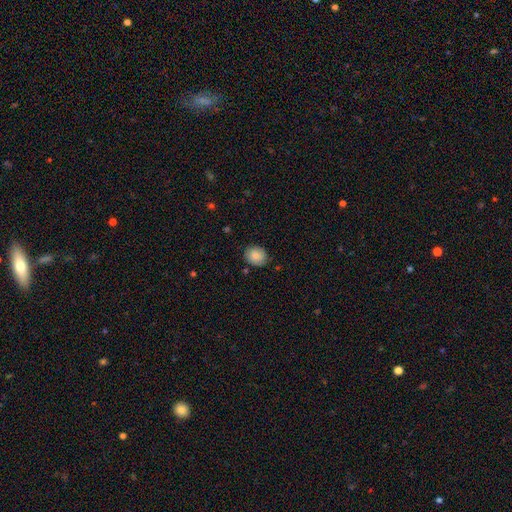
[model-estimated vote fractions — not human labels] Morphology: type=smooth (85%); roundness=round (61%); merging=none (83%).